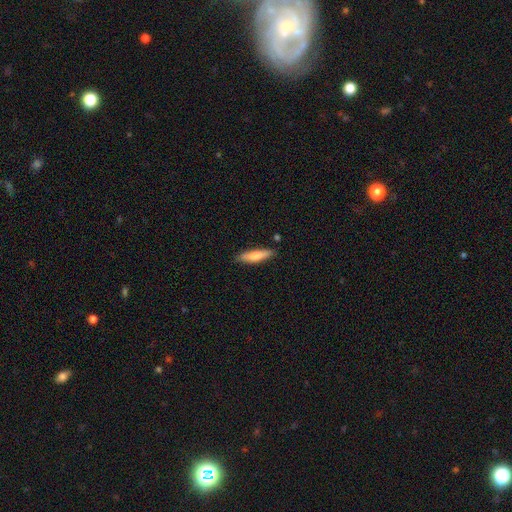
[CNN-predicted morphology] This appears to be a smooth galaxy with no disk features (79%) that is cigar-shaped (74%). Merging: none (84%).